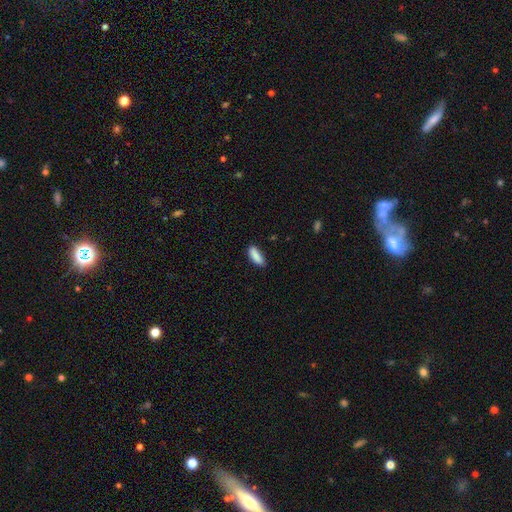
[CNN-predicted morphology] This is clearly a smooth galaxy (88%). How rounded: likely in between (69%). Merging: likely none (77%).